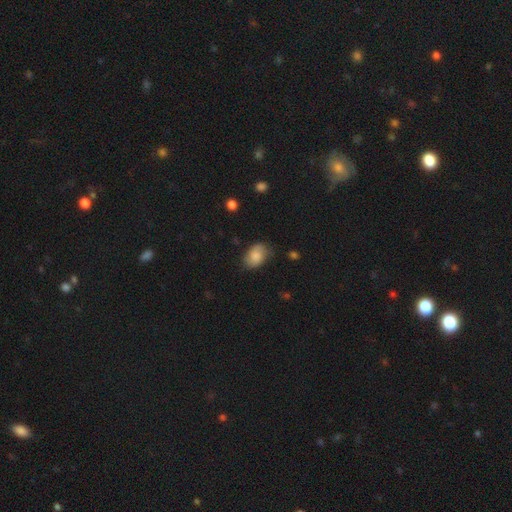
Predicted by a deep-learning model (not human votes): smooth 77%, featured or disk 16%, star or artifact 8%. Down the decision tree: how rounded — in between (83%); merging — none (70%).